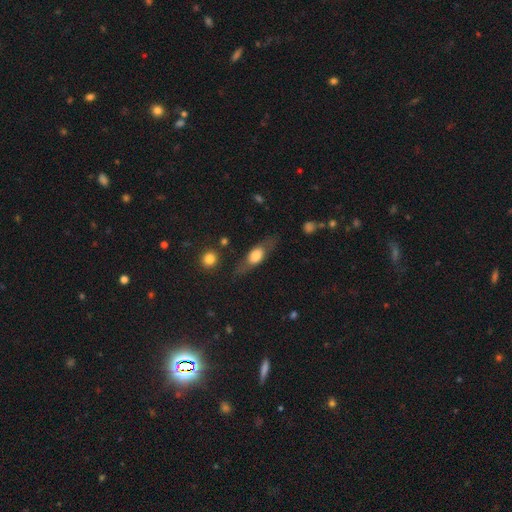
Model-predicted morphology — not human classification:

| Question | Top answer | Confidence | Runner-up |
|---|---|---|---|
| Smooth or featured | smooth | 55% | featured or disk (38%) |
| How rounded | in between | 60% | cigar-shaped (33%) |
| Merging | none | 70% | minor disturbance (19%) |